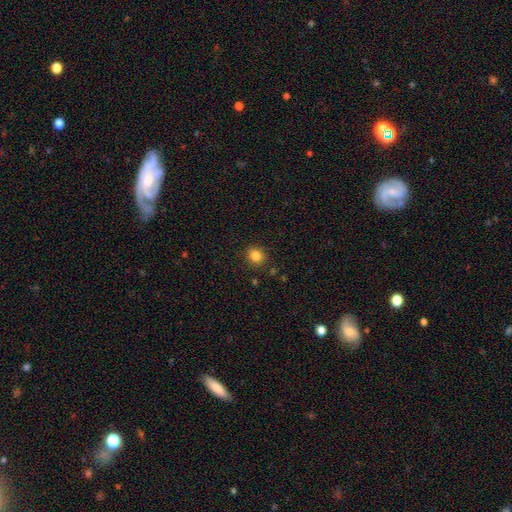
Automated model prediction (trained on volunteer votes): This appears to be a smooth galaxy with no disk features (84%) that is round (81%). Merging: none (89%).